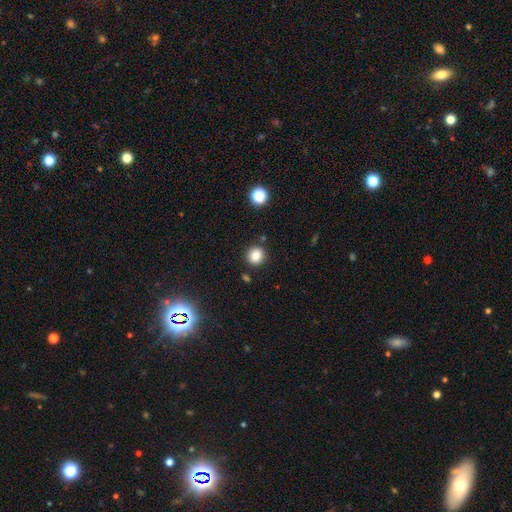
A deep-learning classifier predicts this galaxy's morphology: Smooth or featured: smooth — 84% (star or artifact — 12%)
How rounded: round — 84% (in between — 15%)
Merging: none — 86% (minor disturbance — 8%)